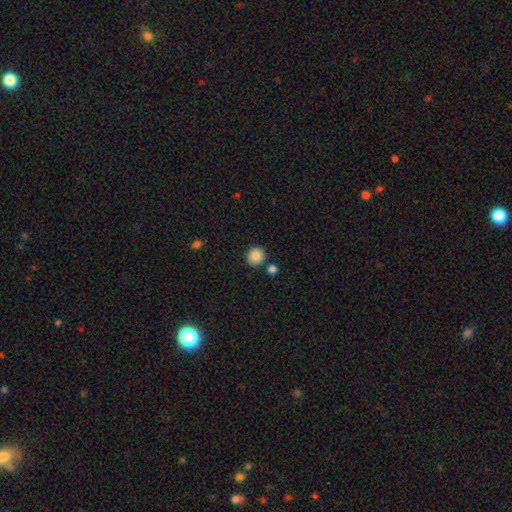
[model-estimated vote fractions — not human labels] Smooth or featured? smooth (87%)
How rounded? round (89%)
Merging? none (81%)